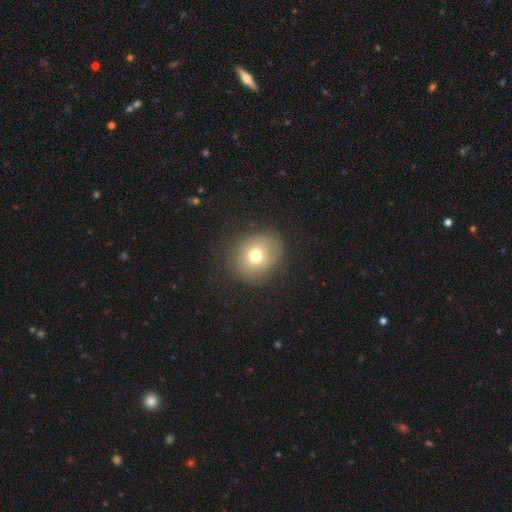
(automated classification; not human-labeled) A smooth galaxy with no disk features (72%) that is round (80%). Merging: none (83%).